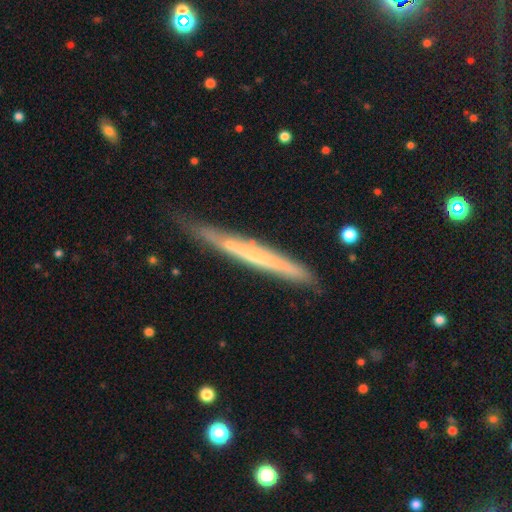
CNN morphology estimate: The model was most divided on "smooth or featured": featured or disk: 59%, smooth: 35%, star or artifact: 6%. More confident: edge-on disk — yes (93%); edge-on bulge — none (84%); merging — none (77%).